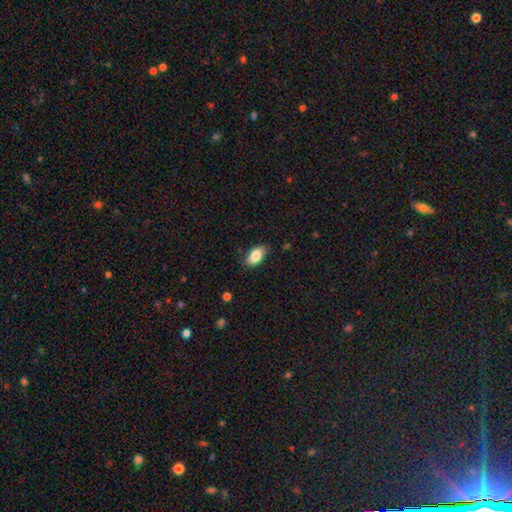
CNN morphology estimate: type=smooth (85%); roundness=in between (92%); merging=none (83%).